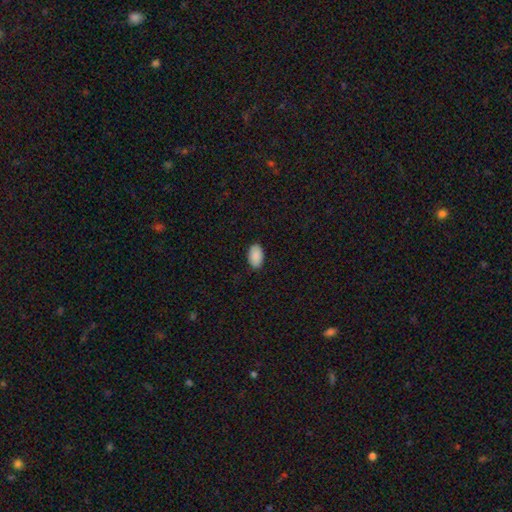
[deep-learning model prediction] A smooth galaxy with no disk features (91%) that is in between round and cigar-shaped (94%).

Vote fractions:
- Smooth or featured? smooth: 91% / star or artifact: 7% / featured or disk: 3%
- How rounded? in between: 94% / round: 4% / cigar-shaped: 1%
- Merging? none: 89% / minor disturbance: 8% / major disturbance: 2% / merger: 1%